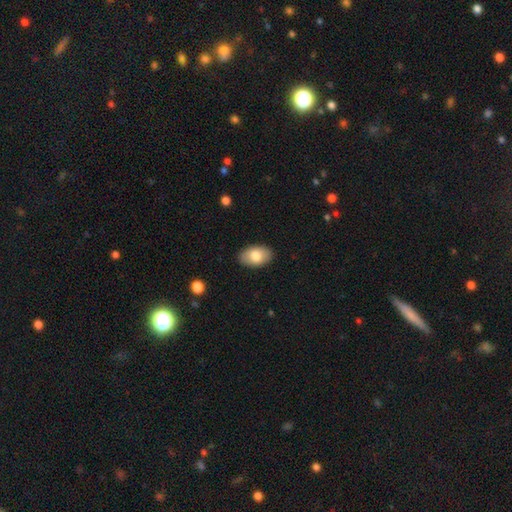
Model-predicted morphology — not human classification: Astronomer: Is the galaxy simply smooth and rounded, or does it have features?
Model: smooth — 78%.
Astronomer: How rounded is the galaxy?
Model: in between — 93%.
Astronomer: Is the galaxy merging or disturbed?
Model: none — 88%.